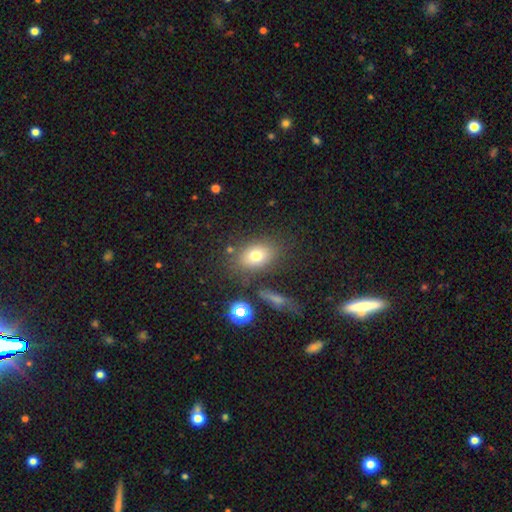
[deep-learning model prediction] Q: Smooth or featured?
A: smooth (73%); runner-up: star or artifact (14%)
Q: How rounded?
A: in between (71%); runner-up: round (27%)
Q: Merging?
A: none (75%); runner-up: minor disturbance (13%)